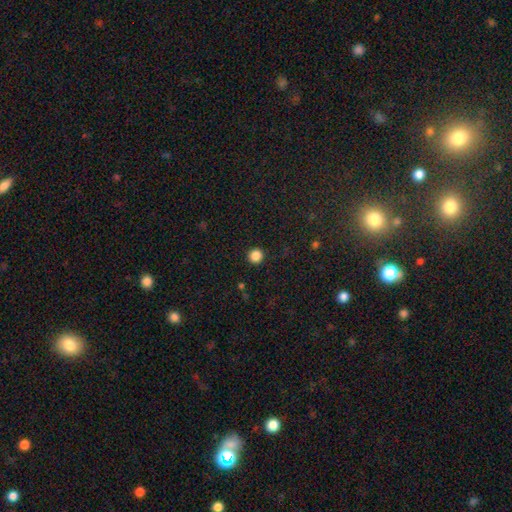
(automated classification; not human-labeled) smooth 86%, star or artifact 11%, featured or disk 3%. Down the decision tree: how rounded — round (95%); merging — none (93%).